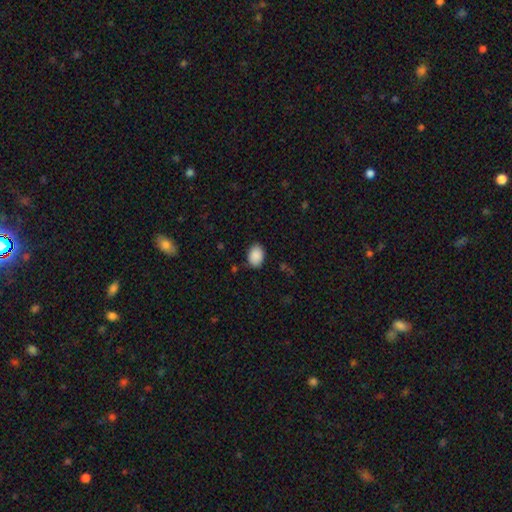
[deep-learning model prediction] A smooth galaxy with no disk features (90%) that is in between round and cigar-shaped (78%).

Vote fractions:
- Smooth or featured? smooth: 90% / star or artifact: 7% / featured or disk: 3%
- How rounded? in between: 78% / round: 21% / cigar-shaped: 1%
- Merging? none: 85% / minor disturbance: 11% / major disturbance: 2% / merger: 1%